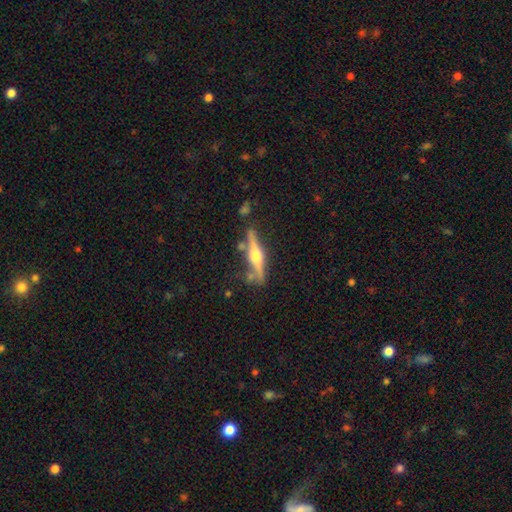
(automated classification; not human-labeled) The model was most divided on "smooth or featured": featured or disk: 74%, smooth: 20%, star or artifact: 6%. More confident: edge-on disk — yes (97%); edge-on bulge — rounded (94%); merging — none (77%).